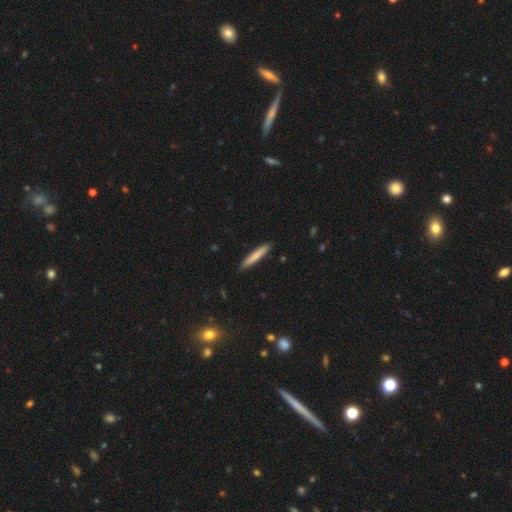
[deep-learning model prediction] Smooth or featured? Predicted: smooth (p=0.77). How rounded? Predicted: cigar-shaped (p=0.94). Merging? Predicted: none (p=0.90).